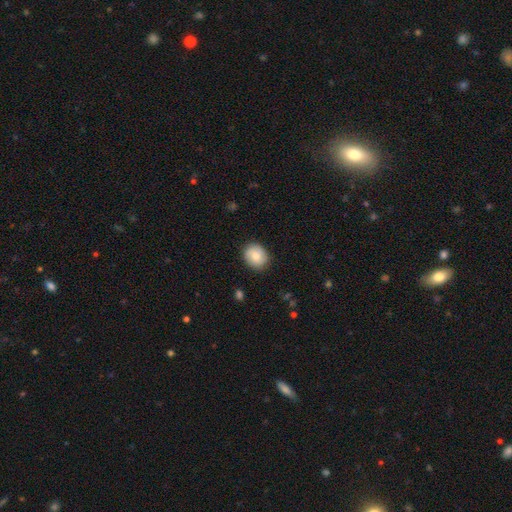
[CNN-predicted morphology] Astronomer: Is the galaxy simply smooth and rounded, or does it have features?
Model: smooth — 77%.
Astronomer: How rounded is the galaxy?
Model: round — 63%.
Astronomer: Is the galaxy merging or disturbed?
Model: none — 86%.